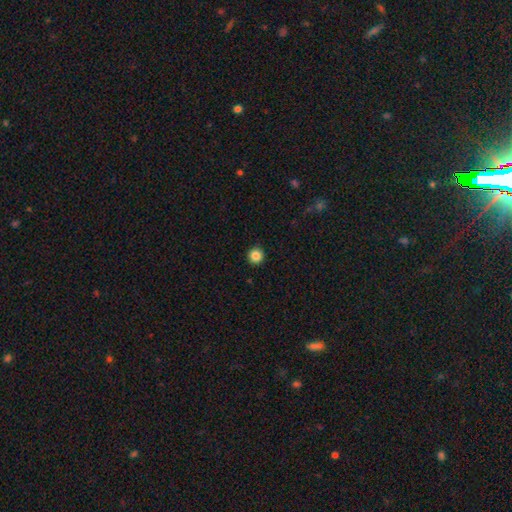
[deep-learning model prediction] Smooth or featured? smooth (86%)
How rounded? round (96%)
Merging? none (93%)